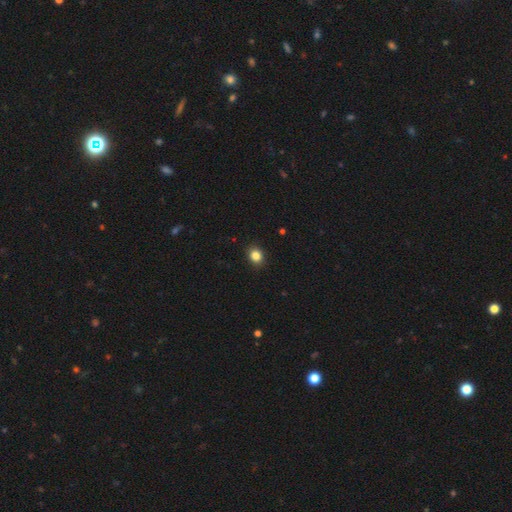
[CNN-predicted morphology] smooth_or_featured: smooth (p=0.85) [alt: star or artifact p=0.10]
how_rounded: round (p=0.65) [alt: in between p=0.34]
merging: none (p=0.91) [alt: minor disturbance p=0.07]